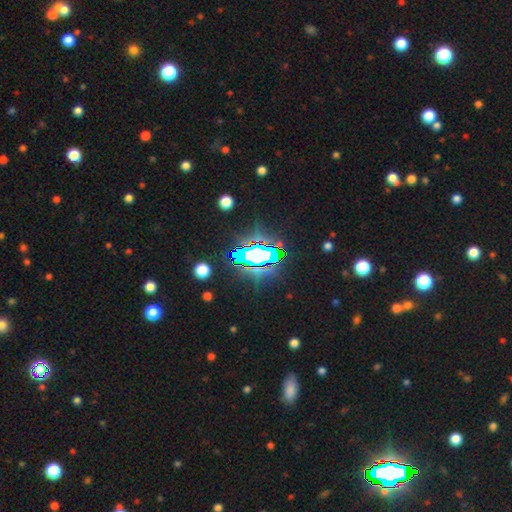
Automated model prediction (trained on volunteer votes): Smooth or featured?
  - star or artifact: 65% *
  - smooth: 19%
  - featured or disk: 16%